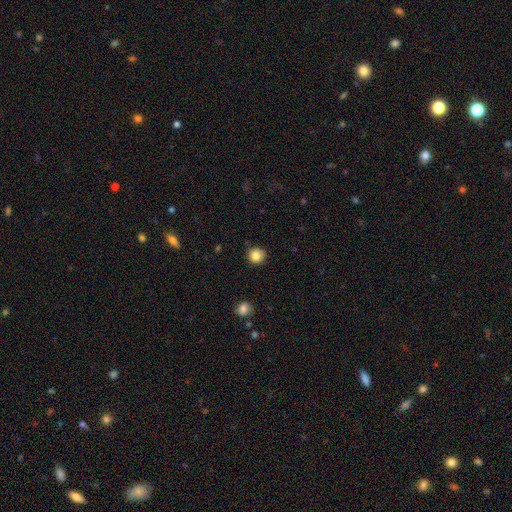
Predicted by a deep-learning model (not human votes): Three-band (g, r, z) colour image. It shows a smooth galaxy with no disk features (84%) that is round (92%). Merging: none (88%).